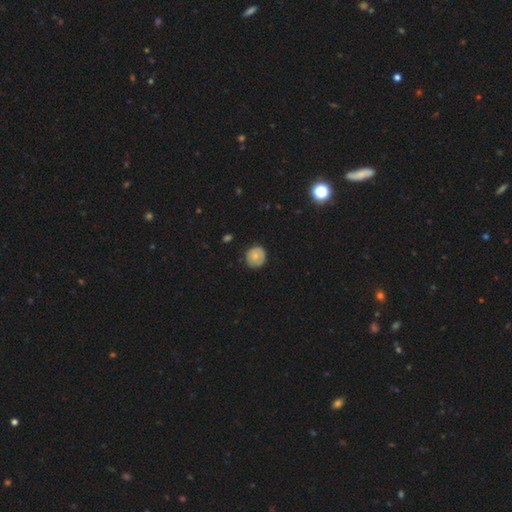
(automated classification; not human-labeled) Smooth or featured? Predicted: smooth (p=0.67). How rounded? Predicted: round (p=0.88). Merging? Predicted: none (p=0.80).